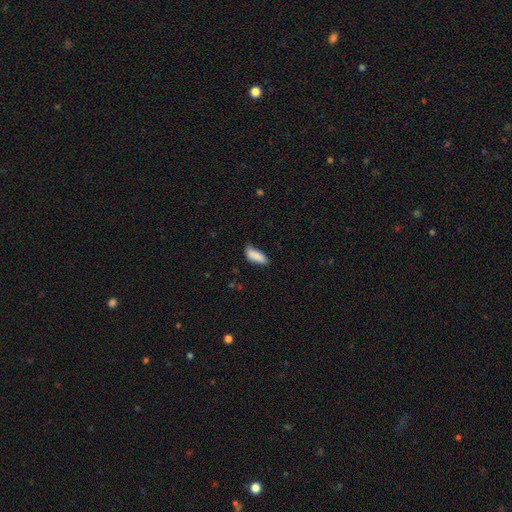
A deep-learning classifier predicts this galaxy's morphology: Smooth or featured: smooth — 87% (star or artifact — 7%)
How rounded: in between — 72% (cigar-shaped — 26%)
Merging: none — 61% (minor disturbance — 30%)